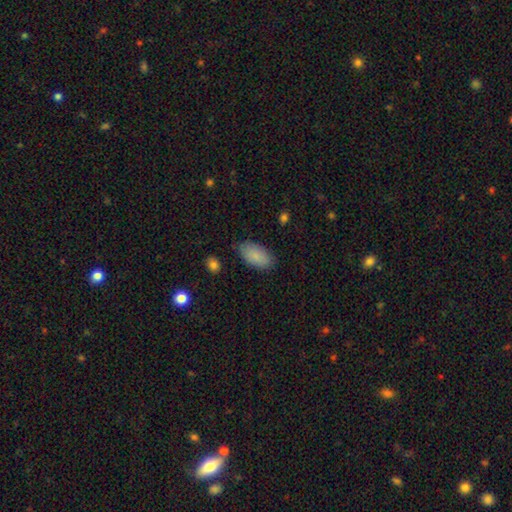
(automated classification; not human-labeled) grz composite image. It shows a smooth galaxy with no disk features (87%) that is in between round and cigar-shaped (95%). Merging: none (82%).